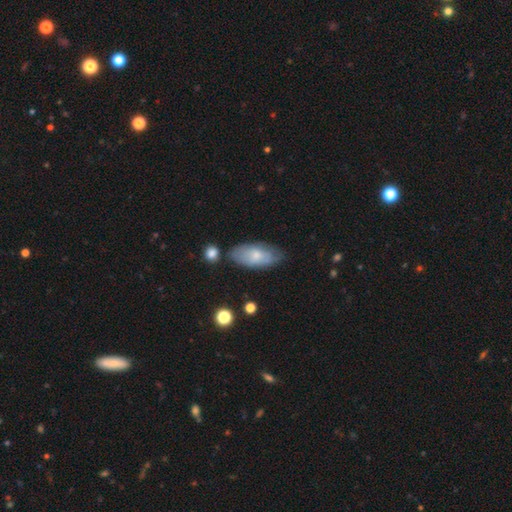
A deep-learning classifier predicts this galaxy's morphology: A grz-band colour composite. It shows a smooth galaxy with no disk features (64%) that is in between round and cigar-shaped (90%). Merging: none (66%).